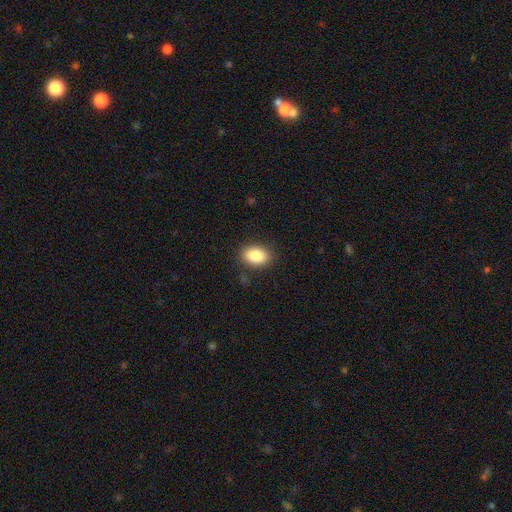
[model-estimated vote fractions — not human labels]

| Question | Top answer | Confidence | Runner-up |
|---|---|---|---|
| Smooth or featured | smooth | 87% | star or artifact (8%) |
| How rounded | in between | 84% | round (14%) |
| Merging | none | 85% | minor disturbance (11%) |